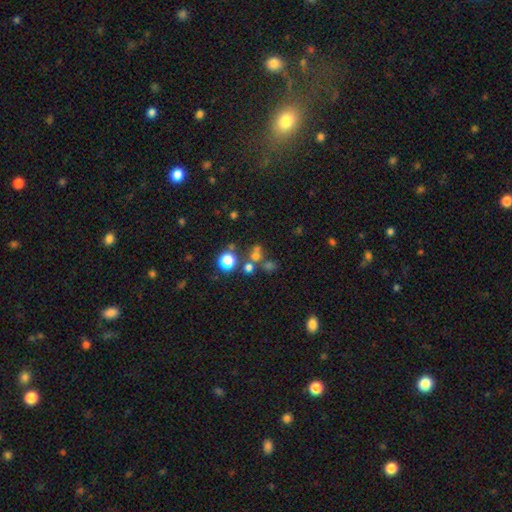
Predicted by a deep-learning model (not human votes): smooth-or-featured: smooth: 56% | star or artifact: 30% | featured or disk: 14%
  how-rounded: round: 83% | in between: 16% | cigar-shaped: 1%
  merging: none: 56% | merger: 29% | minor disturbance: 9% | major disturbance: 6%